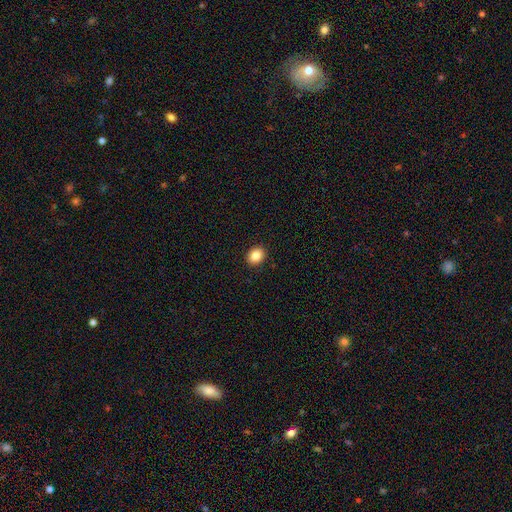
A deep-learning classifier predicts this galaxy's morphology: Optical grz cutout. It shows a smooth galaxy with no disk features (86%) that is round (53%). Merging: none (91%).